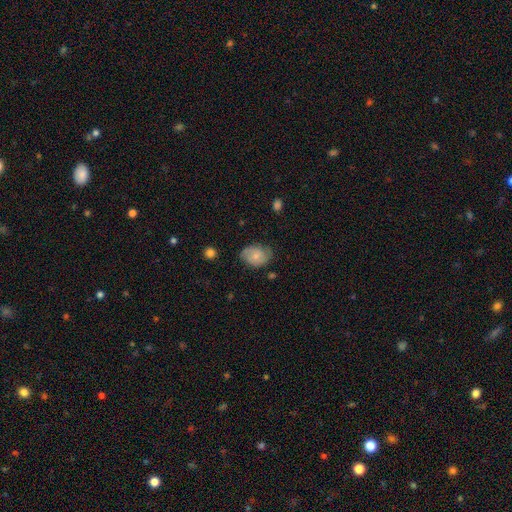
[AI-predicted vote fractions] smooth_or_featured: smooth (p=0.57) [alt: featured or disk p=0.35]
how_rounded: in between (p=0.66) [alt: round p=0.33]
merging: none (p=0.65) [alt: minor disturbance p=0.26]